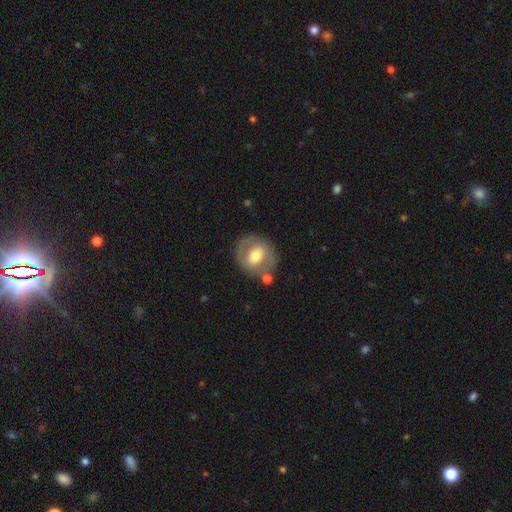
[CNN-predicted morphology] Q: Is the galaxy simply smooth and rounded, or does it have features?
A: featured or disk — 49%.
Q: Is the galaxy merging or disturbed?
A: none — 72%.